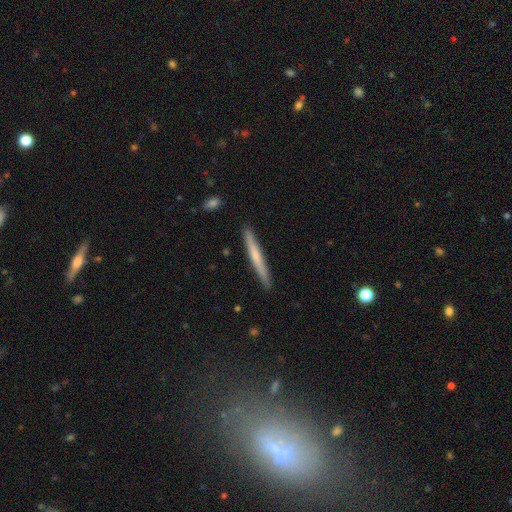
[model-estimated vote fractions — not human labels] This appears to be a smooth galaxy with no disk features (51%) that is cigar-shaped (97%). Merging: none (90%).